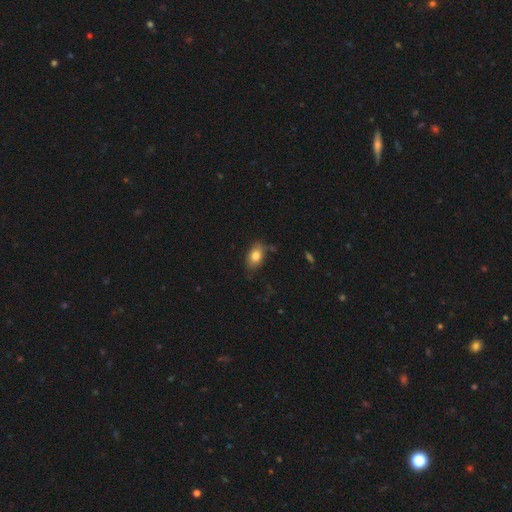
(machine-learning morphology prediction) smooth-or-featured: smooth: 81% | featured or disk: 11% | star or artifact: 8%
  how-rounded: in between: 85% | round: 12% | cigar-shaped: 2%
  merging: none: 70% | minor disturbance: 22% | major disturbance: 5% | merger: 3%